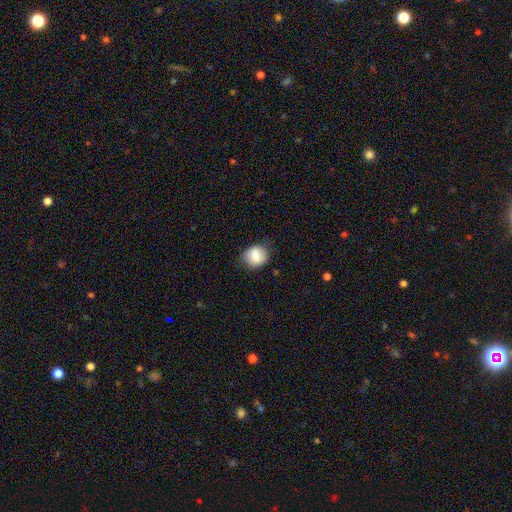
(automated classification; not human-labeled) This is likely a smooth galaxy (79%). How rounded: likely round (76%). Merging: likely none (79%).